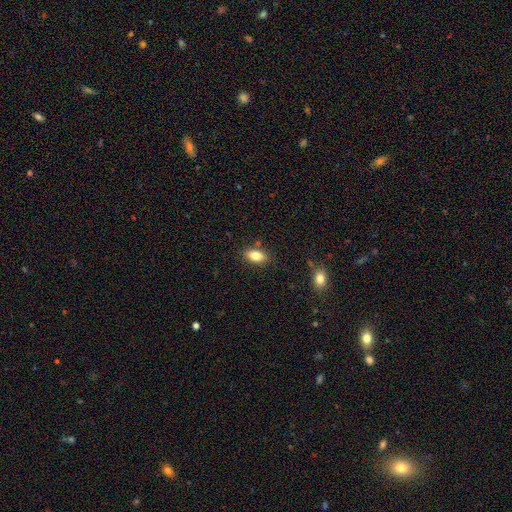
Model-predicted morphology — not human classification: A smooth galaxy with no disk features (83%) that is in between round and cigar-shaped (89%).

Vote fractions:
- Smooth or featured? smooth: 83% / star or artifact: 9% / featured or disk: 8%
- How rounded? in between: 89% / round: 6% / cigar-shaped: 4%
- Merging? none: 83% / minor disturbance: 12% / merger: 3% / major disturbance: 3%